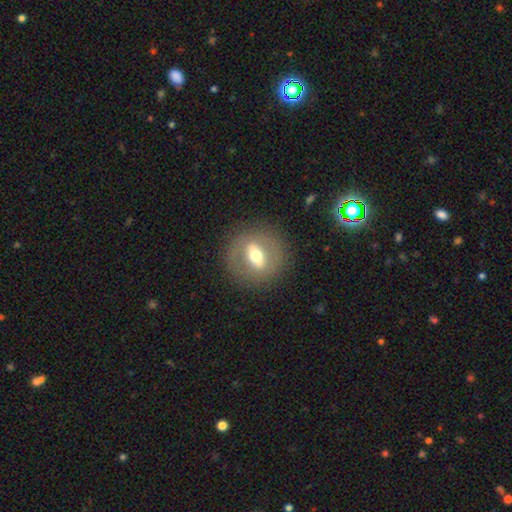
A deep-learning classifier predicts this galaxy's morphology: smooth_or_featured: featured or disk (p=0.61) [alt: smooth p=0.31]
disk_edge_on: no (p=0.73) [alt: yes p=0.27]
merging: none (p=0.84) [alt: minor disturbance p=0.09]